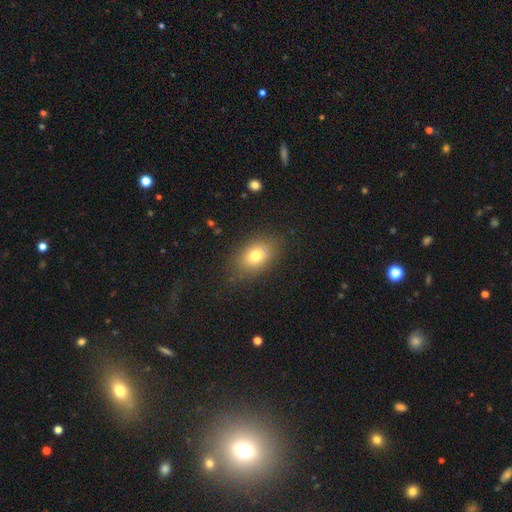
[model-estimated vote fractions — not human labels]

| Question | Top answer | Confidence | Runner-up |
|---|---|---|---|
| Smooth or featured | smooth | 75% | featured or disk (14%) |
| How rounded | in between | 78% | round (21%) |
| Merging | none | 80% | minor disturbance (13%) |